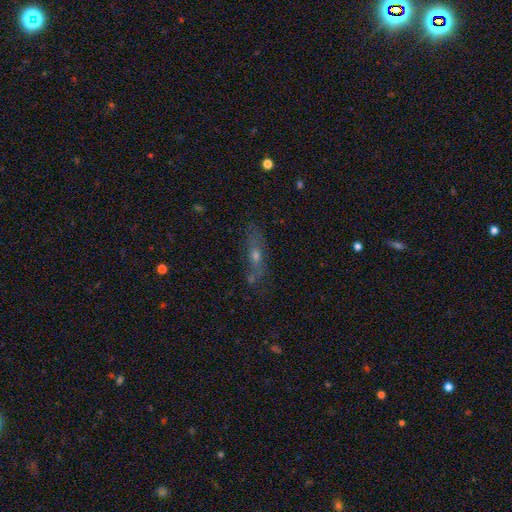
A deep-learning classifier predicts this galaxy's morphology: A smooth galaxy with no disk features (42%, tied with featured or disk).

Vote fractions:
- Smooth or featured? smooth: 42% (tied) / featured or disk: 42% (tied) / star or artifact: 16%
- Merging? none: 65% / minor disturbance: 20% / merger: 8% / major disturbance: 8%